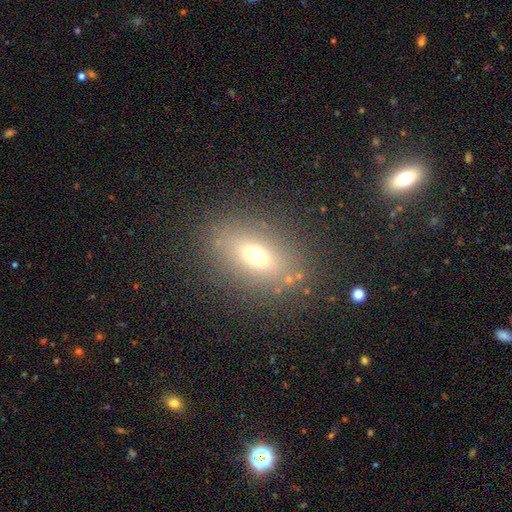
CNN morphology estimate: Q: Smooth or featured?
A: smooth (65%); runner-up: featured or disk (19%)
Q: How rounded?
A: in between (76%); runner-up: round (18%)
Q: Merging?
A: none (83%); runner-up: minor disturbance (10%)